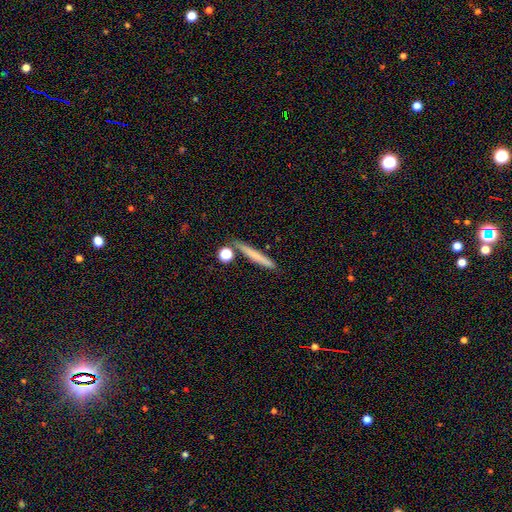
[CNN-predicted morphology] Smooth or featured? Predicted: smooth (p=0.68). How rounded? Predicted: cigar-shaped (p=0.92). Merging? Predicted: none (p=0.81).